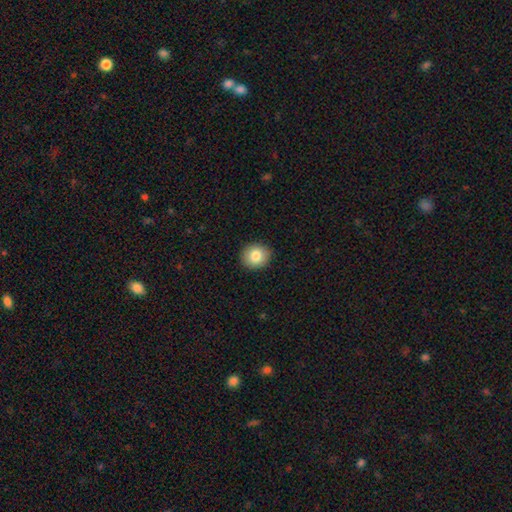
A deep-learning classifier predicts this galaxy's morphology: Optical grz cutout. It shows a smooth galaxy with no disk features (83%) that is round (84%). Merging: none (91%).